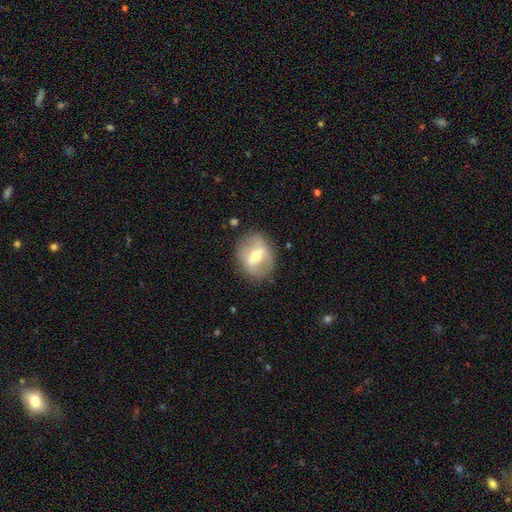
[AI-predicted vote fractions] A featured or disk galaxy (55%). Merging: none (82%).